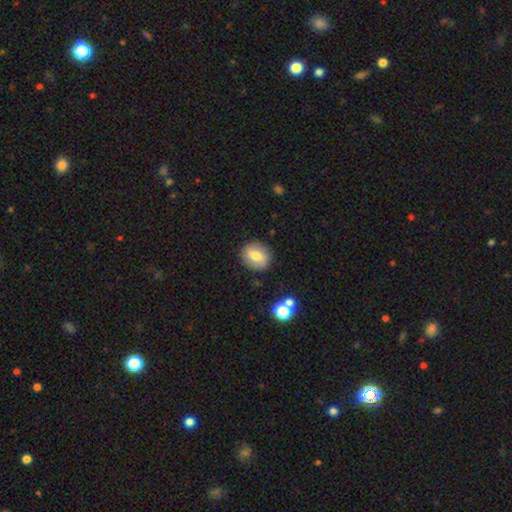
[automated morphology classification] Overall: smooth (64%; featured or disk 28%). How rounded: round (67%; in between 32%). Merging: none (86%).